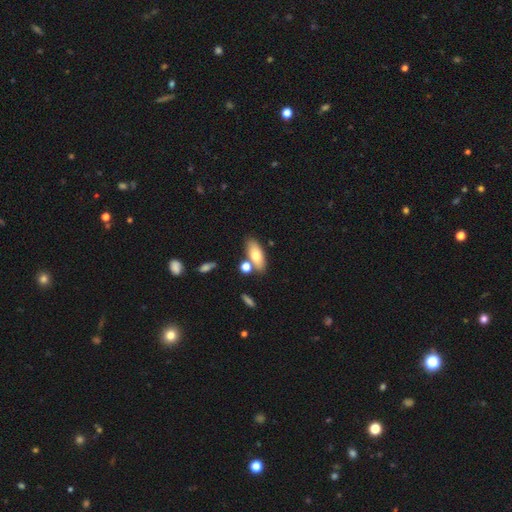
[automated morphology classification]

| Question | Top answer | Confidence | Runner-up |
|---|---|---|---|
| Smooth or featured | smooth | 68% | featured or disk (24%) |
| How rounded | in between | 79% | cigar-shaped (17%) |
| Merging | none | 71% | merger (14%) |